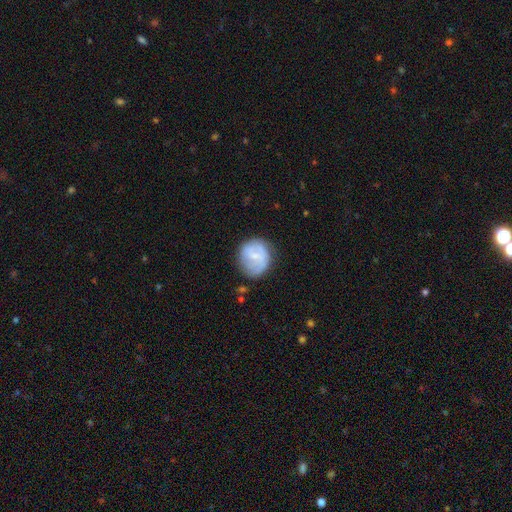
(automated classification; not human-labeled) The model was most divided on "smooth or featured": smooth: 49%, featured or disk: 44%, star or artifact: 7%. More confident: merging — none (65%).